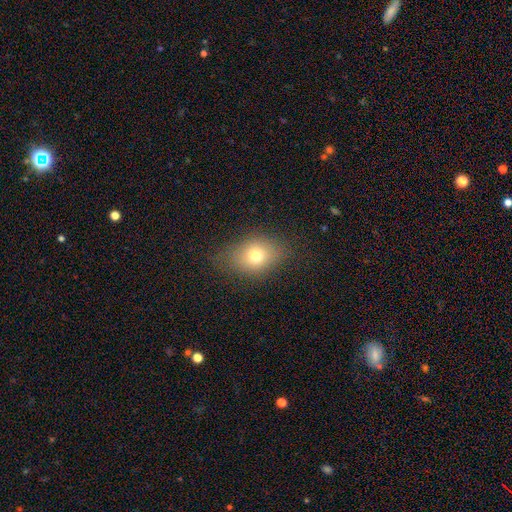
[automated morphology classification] The model was most divided on "how rounded": in between: 63%, round: 35%, cigar-shaped: 2%. More confident: merging — none (78%); smooth or featured — smooth (73%).